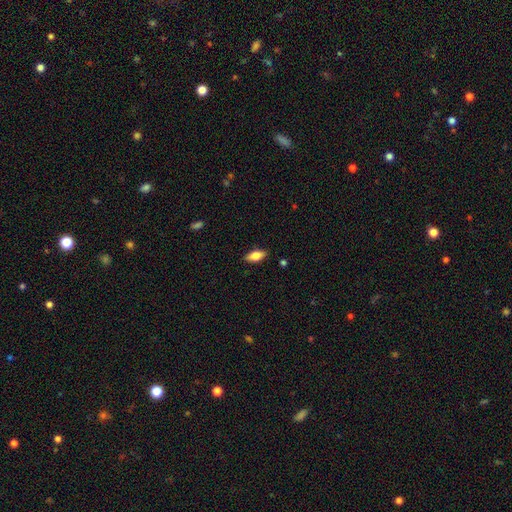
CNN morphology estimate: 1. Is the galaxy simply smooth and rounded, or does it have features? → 76% smooth, 18% featured or disk, 7% star or artifact.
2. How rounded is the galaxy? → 84% in between, 13% cigar-shaped, 3% round.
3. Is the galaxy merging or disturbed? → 87% none, 10% minor disturbance, 2% major disturbance, 1% merger.